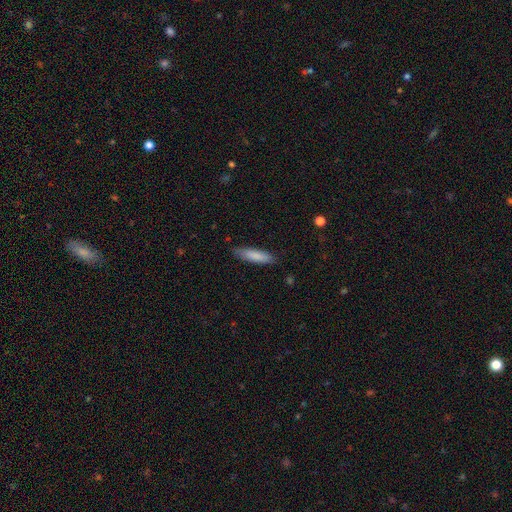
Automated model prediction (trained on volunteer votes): smooth_or_featured: smooth (p=0.83) [alt: featured or disk p=0.11]
how_rounded: cigar-shaped (p=0.69) [alt: in between p=0.29]
merging: none (p=0.83) [alt: minor disturbance p=0.13]